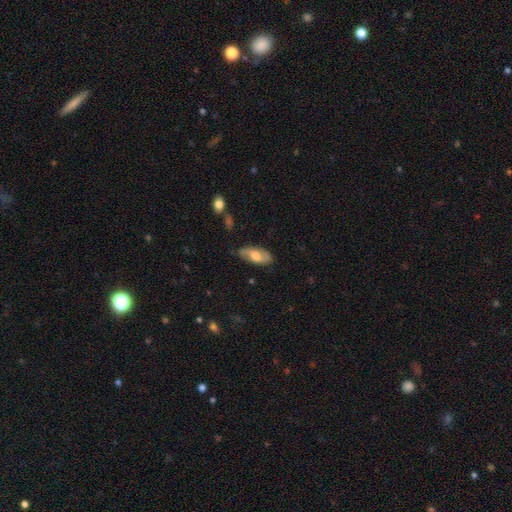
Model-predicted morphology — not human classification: This is possibly a smooth galaxy (54%). How rounded: clearly in between (86%). Merging: likely none (79%).